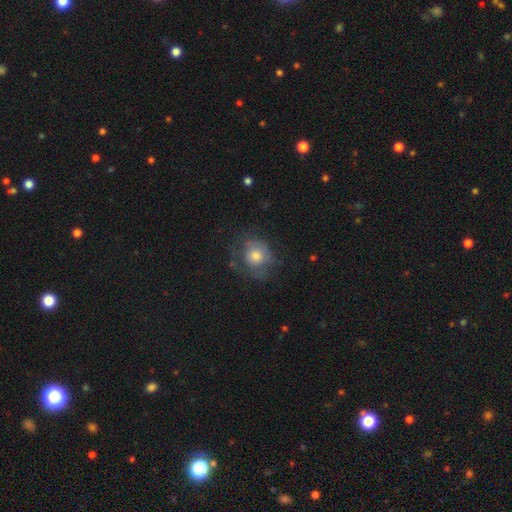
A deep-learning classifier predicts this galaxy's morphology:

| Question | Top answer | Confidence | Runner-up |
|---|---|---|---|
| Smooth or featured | smooth | 55% | featured or disk (35%) |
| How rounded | round | 74% | in between (25%) |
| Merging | none | 56% | minor disturbance (24%) |